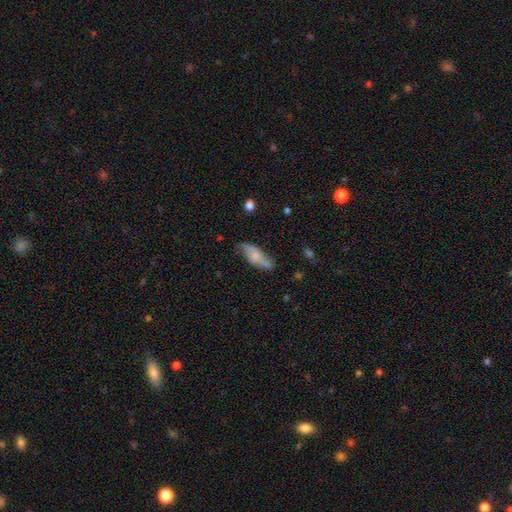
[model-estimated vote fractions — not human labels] smooth-or-featured: smooth: 59% | featured or disk: 34% | star or artifact: 6%
  how-rounded: in between: 69% | cigar-shaped: 29% | round: 3%
  merging: none: 62% | minor disturbance: 29% | major disturbance: 7% | merger: 2%